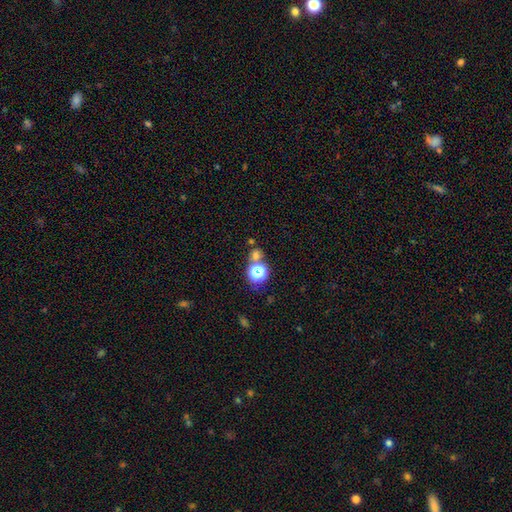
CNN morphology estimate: Smooth or featured? Predicted: smooth (p=0.57). How rounded? Predicted: round (p=0.83). Merging? Predicted: none (p=0.63).